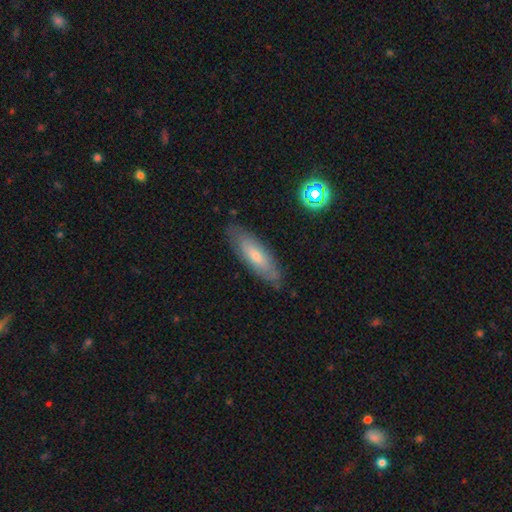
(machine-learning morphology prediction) Smooth or featured? Predicted: smooth (p=0.55). How rounded? Predicted: cigar-shaped (p=0.53). Merging? Predicted: none (p=0.82).